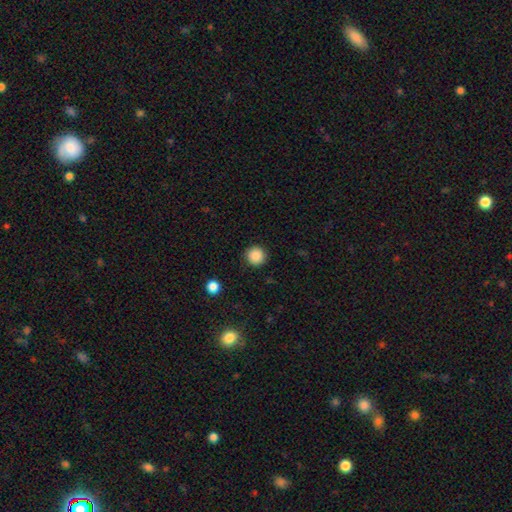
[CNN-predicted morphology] smooth 87%, star or artifact 10%, featured or disk 3%. Down the decision tree: how rounded — round (96%); merging — none (92%).